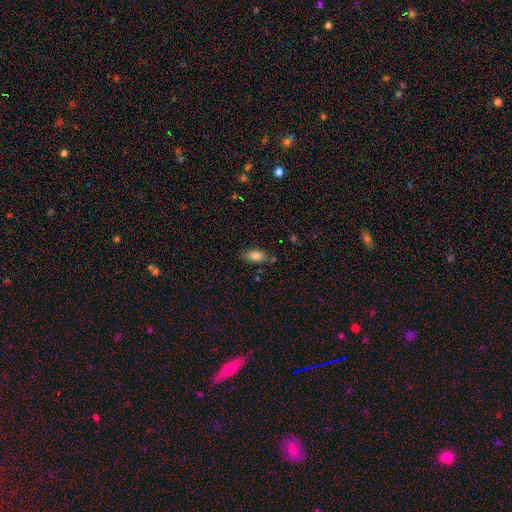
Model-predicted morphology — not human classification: Q: Smooth or featured?
A: smooth (83%); runner-up: featured or disk (8%)
Q: How rounded?
A: in between (87%); runner-up: cigar-shaped (10%)
Q: Merging?
A: none (76%); runner-up: minor disturbance (15%)